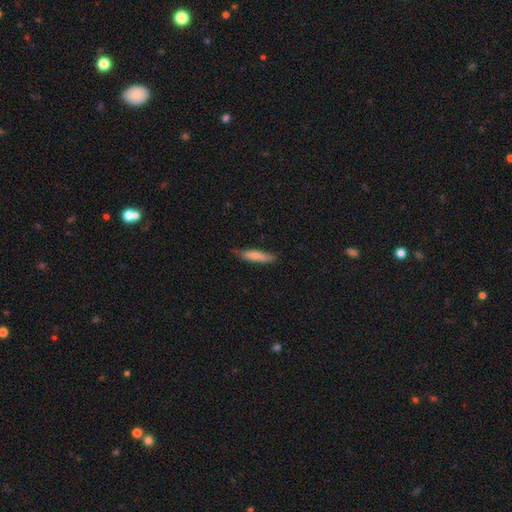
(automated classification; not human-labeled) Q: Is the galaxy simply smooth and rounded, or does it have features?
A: smooth — 76%.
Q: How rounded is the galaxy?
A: cigar-shaped — 78%.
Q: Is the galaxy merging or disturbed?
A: none — 75%.